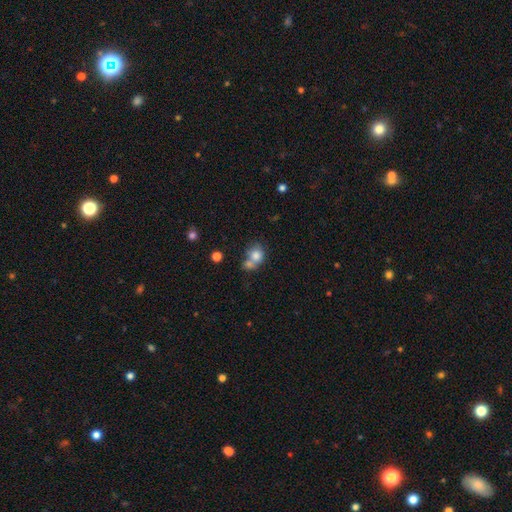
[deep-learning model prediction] Smooth or featured: smooth — 77% (featured or disk — 12%)
How rounded: round — 73% (in between — 26%)
Merging: merger — 50% (none — 35%)